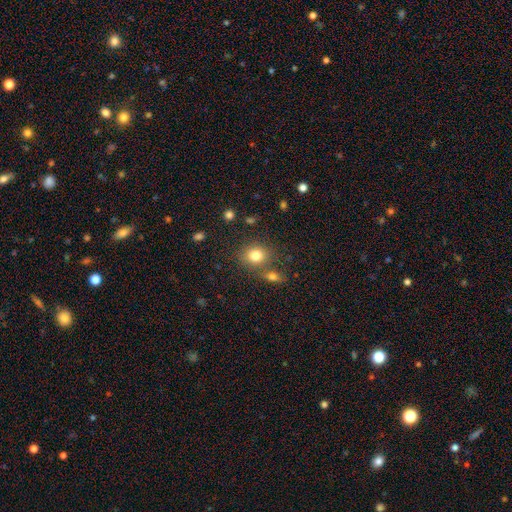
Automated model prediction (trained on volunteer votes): Q: Smooth or featured?
A: smooth (80%); runner-up: star or artifact (12%)
Q: How rounded?
A: round (67%); runner-up: in between (32%)
Q: Merging?
A: none (67%); runner-up: merger (18%)